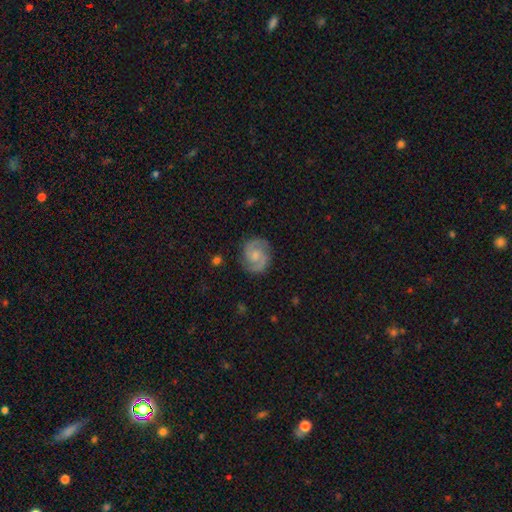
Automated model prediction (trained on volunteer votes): smooth-or-featured: featured or disk: 83% | smooth: 11% | star or artifact: 6%
  disk-edge-on: no: 98% | yes: 2%
    bar: no: 53% | weak: 41% | strong: 6%
    has-spiral-arms: yes: 97% | no: 3%
      spiral-winding: medium: 54% | tight: 34% | loose: 11%
      spiral-arm-count: 2: 92% | can't tell: 3% | 3: 1% | 1: 1% | 4: 1% | more than 4: 1%
    bulge-size: moderate: 41% | small: 40% | none: 14% | large: 4% | dominant: 1%
  merging: none: 84% | minor disturbance: 12% | major disturbance: 3% | merger: 1%